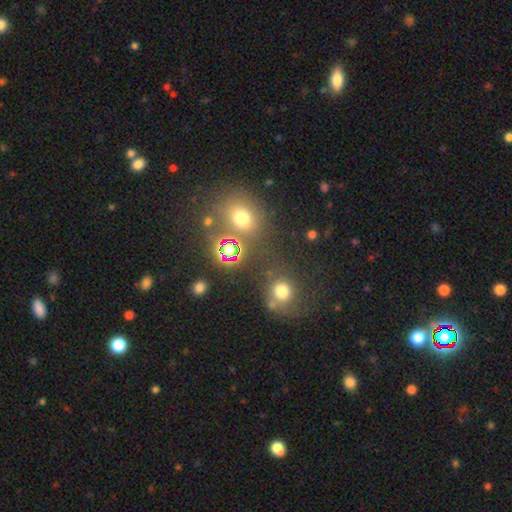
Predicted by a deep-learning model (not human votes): The model was most divided on "smooth or featured": smooth: 53%, star or artifact: 37%, featured or disk: 11%. More confident: how rounded — round (80%); merging — none (60%).